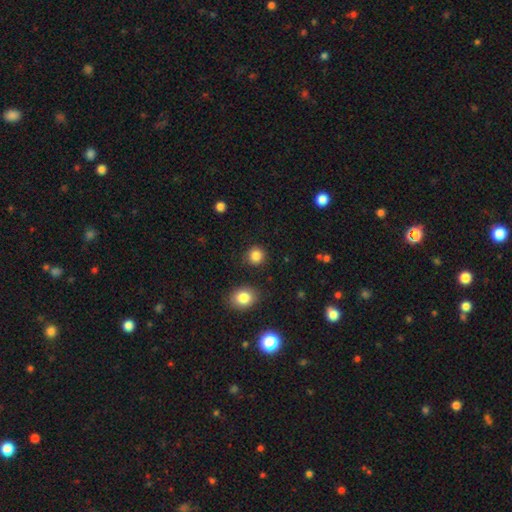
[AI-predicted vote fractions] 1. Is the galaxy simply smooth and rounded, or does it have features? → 85% smooth, 11% star or artifact, 4% featured or disk.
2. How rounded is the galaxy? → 90% round, 9% in between, 1% cigar-shaped.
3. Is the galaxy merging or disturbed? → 88% none, 7% minor disturbance, 2% major disturbance, 2% merger.